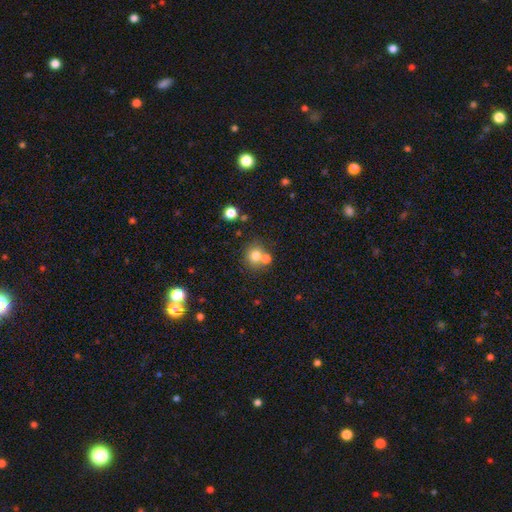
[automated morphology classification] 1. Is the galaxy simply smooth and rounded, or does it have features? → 76% smooth, 13% star or artifact, 11% featured or disk.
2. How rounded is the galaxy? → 83% round, 17% in between, 1% cigar-shaped.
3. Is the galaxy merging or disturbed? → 57% none, 31% merger, 9% minor disturbance, 3% major disturbance.